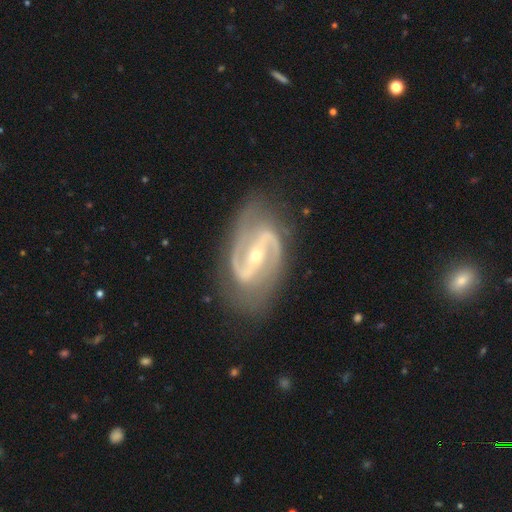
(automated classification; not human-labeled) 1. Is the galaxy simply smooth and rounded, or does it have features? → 92% featured or disk, 4% star or artifact, 3% smooth.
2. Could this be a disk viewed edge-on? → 97% no, 3% yes.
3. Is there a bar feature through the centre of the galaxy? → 56% strong, 29% weak, 15% no.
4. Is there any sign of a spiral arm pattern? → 98% yes, 2% no.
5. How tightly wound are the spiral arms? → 58% medium, 22% tight, 20% loose.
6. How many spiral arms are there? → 93% 2, 2% can't tell, 2% 3, 1% 1, 1% 4, 1% more than 4.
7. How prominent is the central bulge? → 63% small, 34% moderate, 1% large, 1% none, 1% dominant.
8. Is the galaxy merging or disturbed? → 78% none, 15% minor disturbance, 5% major disturbance, 1% merger.